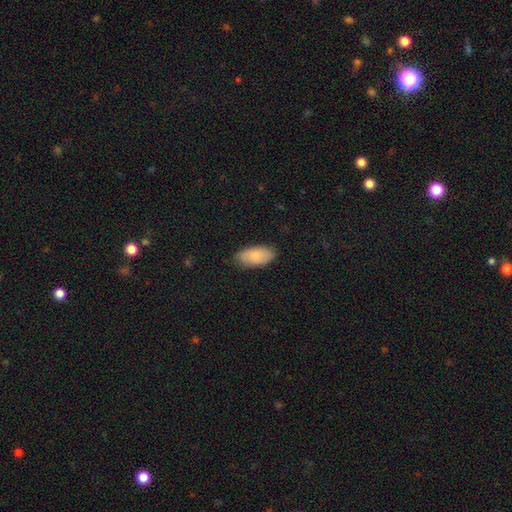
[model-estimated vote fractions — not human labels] smooth_or_featured: smooth (p=0.76) [alt: featured or disk p=0.18]
how_rounded: in between (p=0.93) [alt: cigar-shaped p=0.05]
merging: none (p=0.78) [alt: minor disturbance p=0.18]